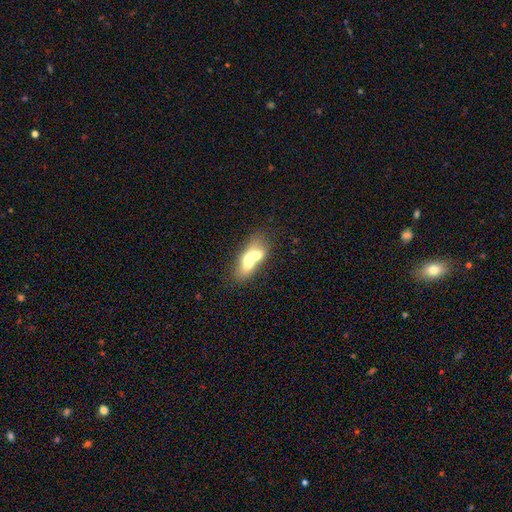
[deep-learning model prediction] Smooth or featured? smooth (60%)
How rounded? in between (74%)
Merging? merger (64%)